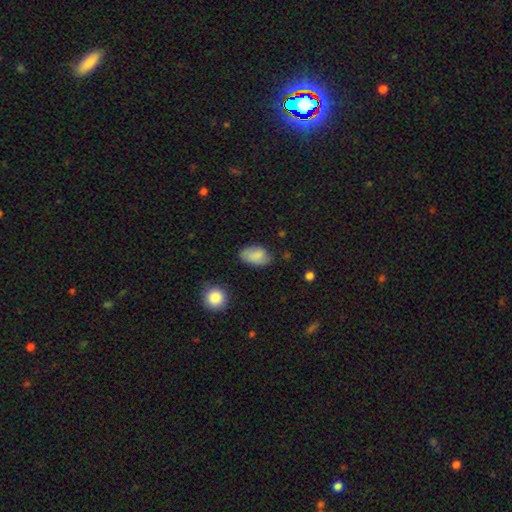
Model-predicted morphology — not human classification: Smooth or featured? Predicted: smooth (p=0.82). How rounded? Predicted: in between (p=0.91). Merging? Predicted: none (p=0.68).